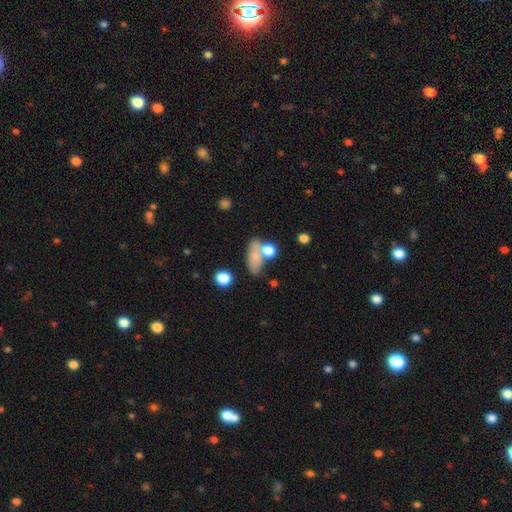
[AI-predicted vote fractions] This appears to be a smooth galaxy with no disk features (72%) that is in between round and cigar-shaped (64%). Merging: none (48%).